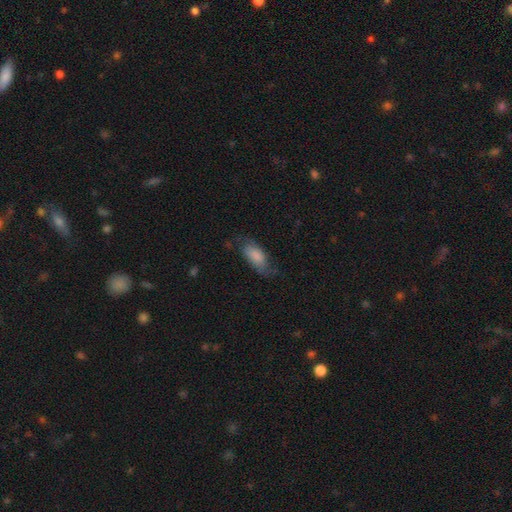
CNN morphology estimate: A smooth galaxy with no disk features (71%) that is in between round and cigar-shaped (87%).

Vote fractions:
- Smooth or featured? smooth: 71% / featured or disk: 22% / star or artifact: 7%
- How rounded? in between: 87% / cigar-shaped: 10% / round: 3%
- Merging? none: 56% / minor disturbance: 27% / major disturbance: 15% / merger: 2%